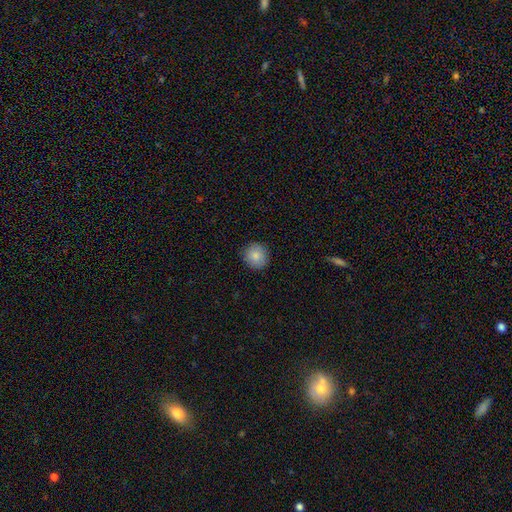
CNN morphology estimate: Smooth or featured?
  - smooth: 85% *
  - star or artifact: 8%
  - featured or disk: 6%
How rounded?
  - round: 90% *
  - in between: 9%
  - cigar-shaped: 1%
Merging?
  - none: 90% *
  - minor disturbance: 7%
  - major disturbance: 2%
  - merger: 1%